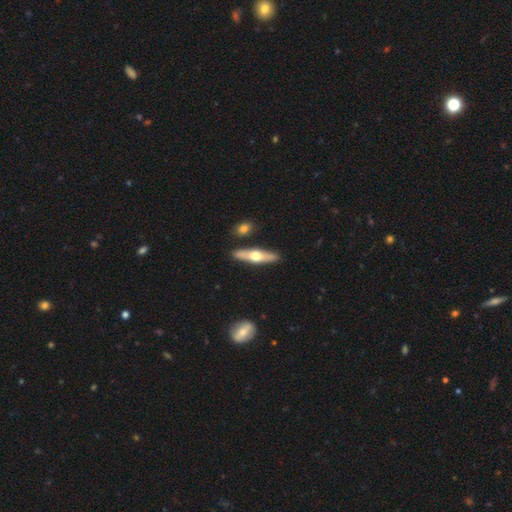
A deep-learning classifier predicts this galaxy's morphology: This appears to be a featured or disk galaxy (55%) viewed edge-on (88%). Merging: none (86%).